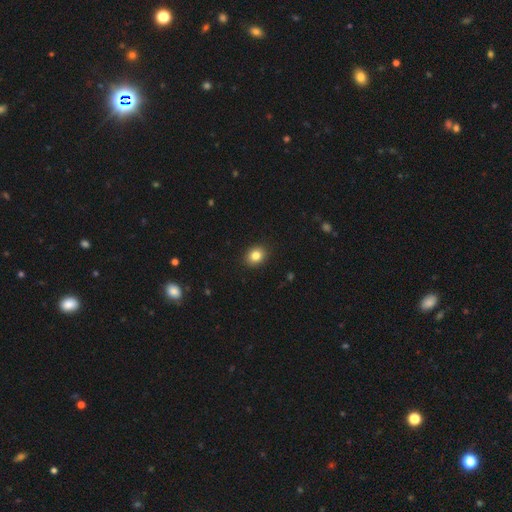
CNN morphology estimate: Q: Smooth or featured?
A: smooth (84%); runner-up: star or artifact (10%)
Q: How rounded?
A: round (56%); runner-up: in between (43%)
Q: Merging?
A: none (91%); runner-up: minor disturbance (7%)